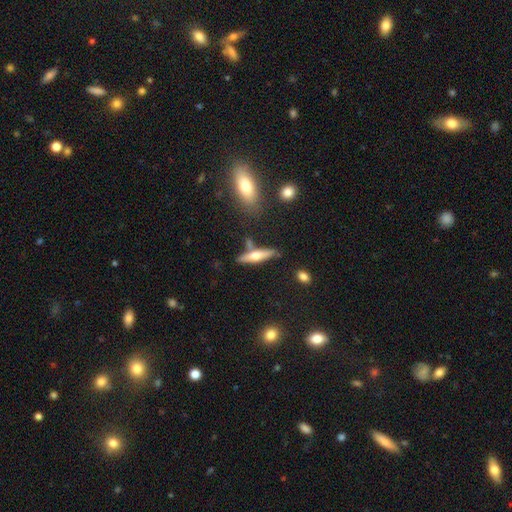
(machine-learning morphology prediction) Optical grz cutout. It shows a featured or disk galaxy (47%). Merging: none (73%).